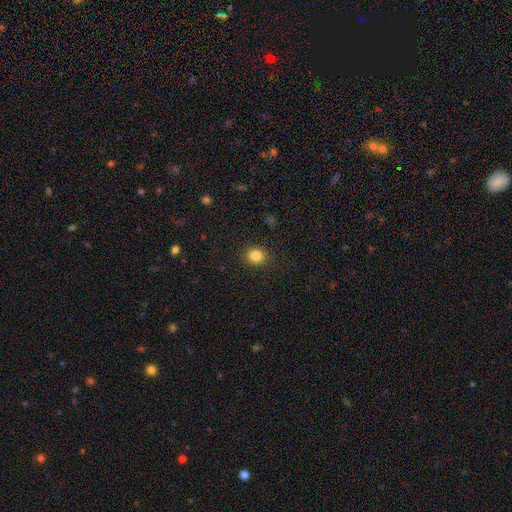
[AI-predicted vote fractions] Smooth or featured? smooth (84%)
How rounded? round (79%)
Merging? none (90%)